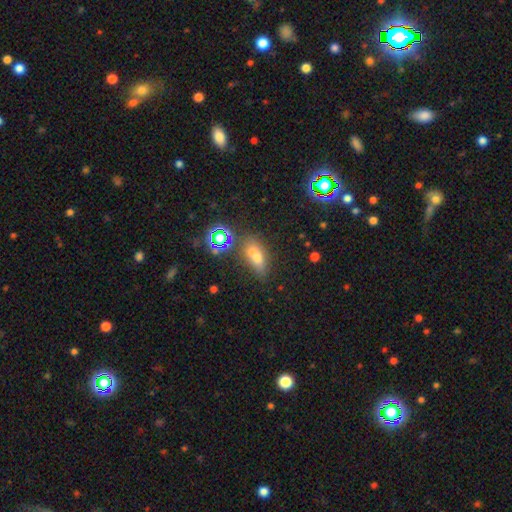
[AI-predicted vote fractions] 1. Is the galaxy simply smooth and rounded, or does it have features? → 56% smooth, 26% star or artifact, 18% featured or disk.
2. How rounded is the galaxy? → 64% in between, 21% cigar-shaped, 15% round.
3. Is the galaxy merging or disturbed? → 52% none, 26% merger, 14% minor disturbance, 7% major disturbance.